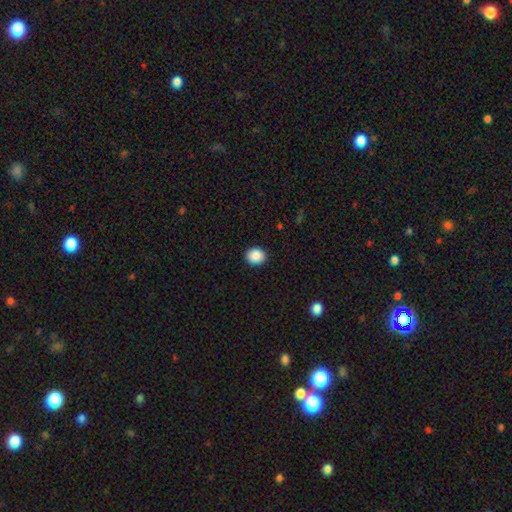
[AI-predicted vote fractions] Morphology: type=smooth (89%); roundness=round (71%); merging=none (92%).